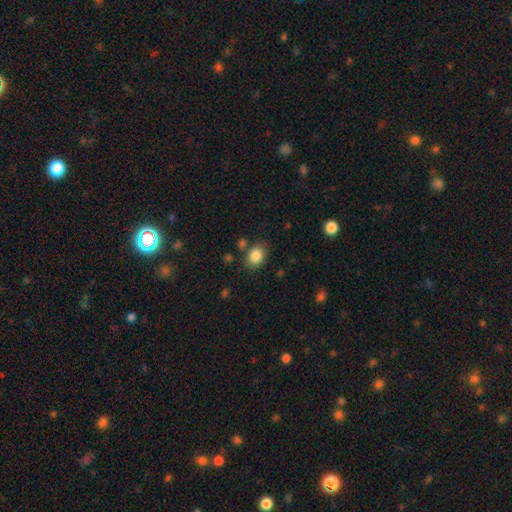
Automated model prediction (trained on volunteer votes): Overall: smooth (86%). How rounded: in between (55%; round 44%). Merging: none (76%).